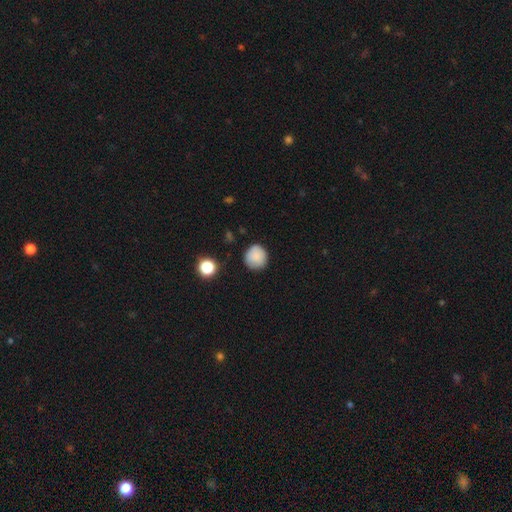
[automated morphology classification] type=smooth (86%); roundness=round (91%); merging=none (83%).